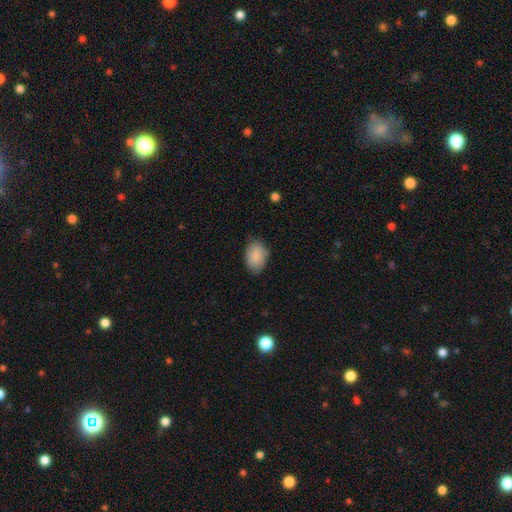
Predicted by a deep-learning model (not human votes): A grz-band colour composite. It shows a smooth galaxy with no disk features (88%) that is in between round and cigar-shaped (84%). Merging: none (75%).